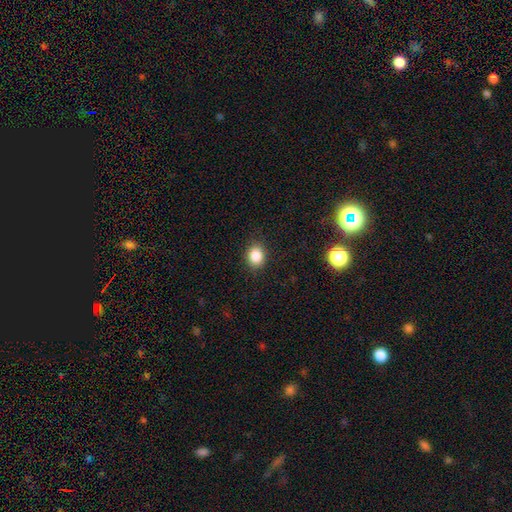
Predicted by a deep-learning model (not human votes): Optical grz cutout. It shows a smooth galaxy with no disk features (86%) that is round (57%). Merging: none (86%).